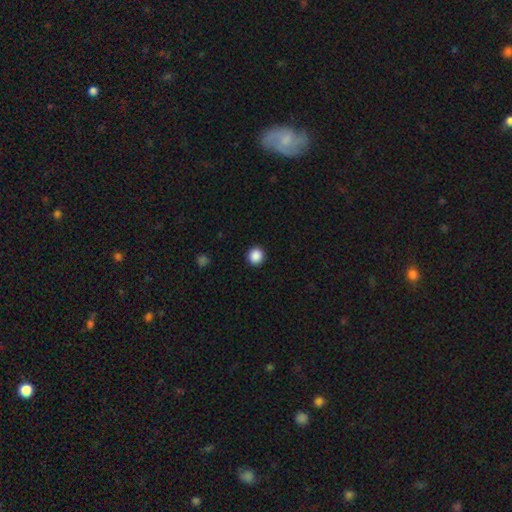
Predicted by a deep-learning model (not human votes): Morphology: type=smooth (88%); roundness=round (94%); merging=none (93%).